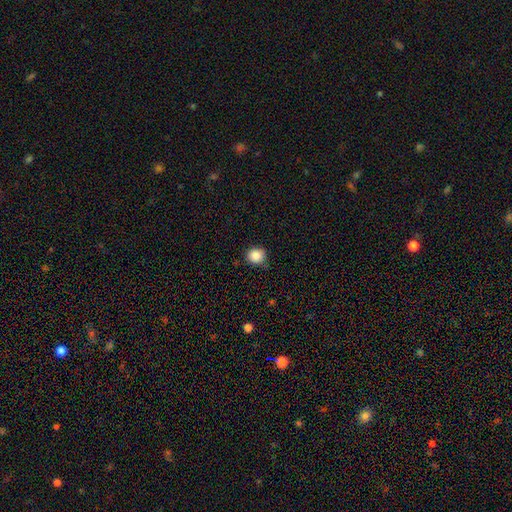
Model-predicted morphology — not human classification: A smooth galaxy with no disk features (87%) that is round (82%).

Vote fractions:
- Smooth or featured? smooth: 87% / star or artifact: 9% / featured or disk: 3%
- How rounded? round: 82% / in between: 17% / cigar-shaped: 1%
- Merging? none: 83% / minor disturbance: 12% / major disturbance: 3% / merger: 2%